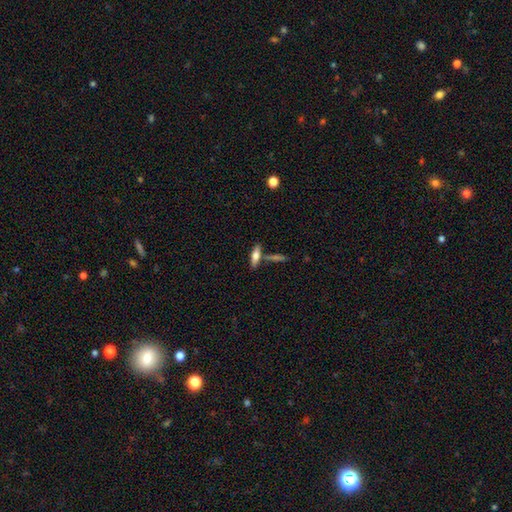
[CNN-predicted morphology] type=smooth (58%); roundness=cigar-shaped (54%); merging=none (67%).